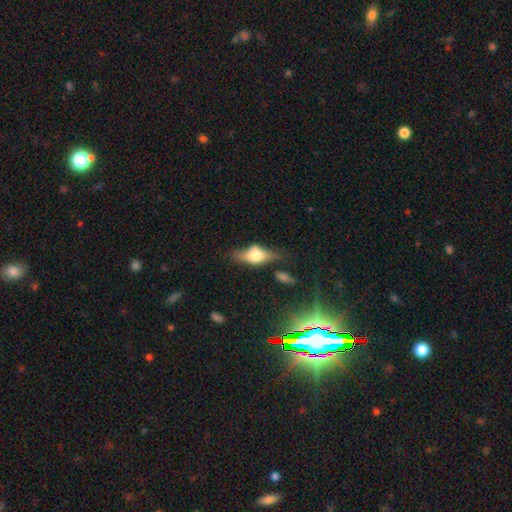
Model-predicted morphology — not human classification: smooth_or_featured: featured or disk (p=0.50) [alt: smooth p=0.40]
disk_edge_on: yes (p=0.82) [alt: no p=0.18]
merging: none (p=0.55) [alt: minor disturbance p=0.24]